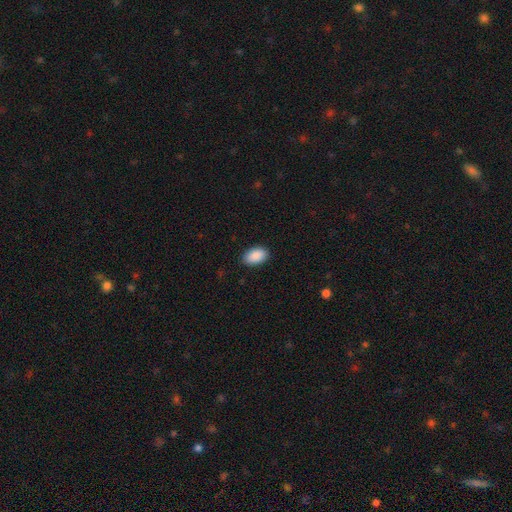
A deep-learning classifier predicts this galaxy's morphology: smooth-or-featured: smooth: 91% | star or artifact: 6% | featured or disk: 3%
  how-rounded: in between: 93% | round: 6% | cigar-shaped: 1%
  merging: none: 88% | minor disturbance: 9% | major disturbance: 2% | merger: 1%